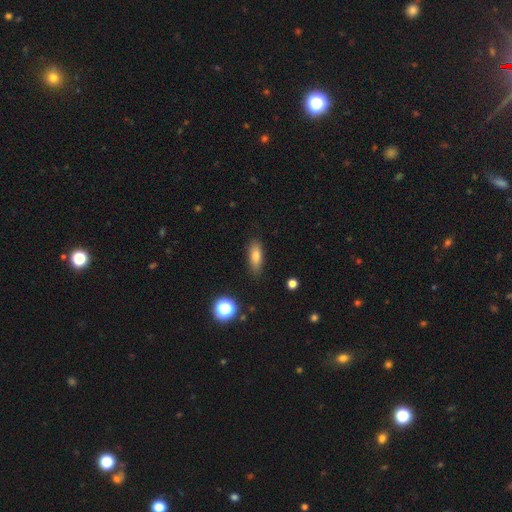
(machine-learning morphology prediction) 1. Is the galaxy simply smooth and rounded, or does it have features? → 76% smooth, 14% featured or disk, 10% star or artifact.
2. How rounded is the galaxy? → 60% in between, 35% cigar-shaped, 5% round.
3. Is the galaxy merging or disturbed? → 84% none, 12% minor disturbance, 3% major disturbance, 1% merger.